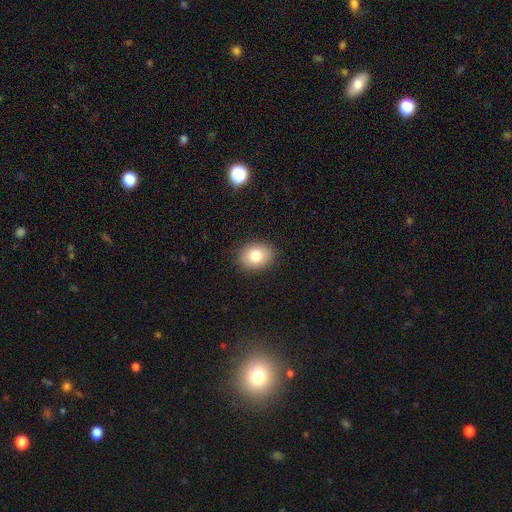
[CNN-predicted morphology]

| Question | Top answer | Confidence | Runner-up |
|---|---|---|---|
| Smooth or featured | smooth | 81% | featured or disk (10%) |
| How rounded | in between | 61% | round (39%) |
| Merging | none | 89% | minor disturbance (8%) |